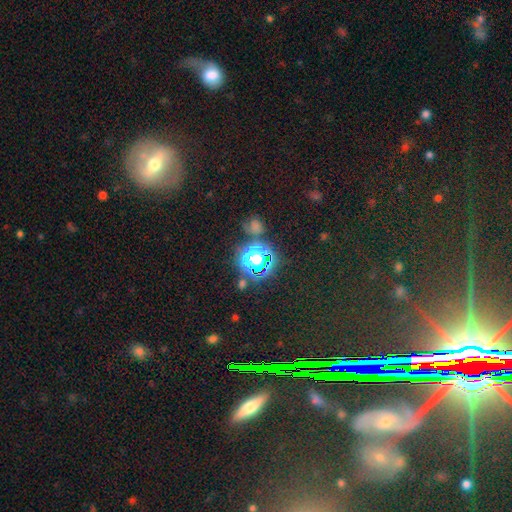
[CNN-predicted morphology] smooth_or_featured: star or artifact (p=0.64) [alt: featured or disk p=0.19]